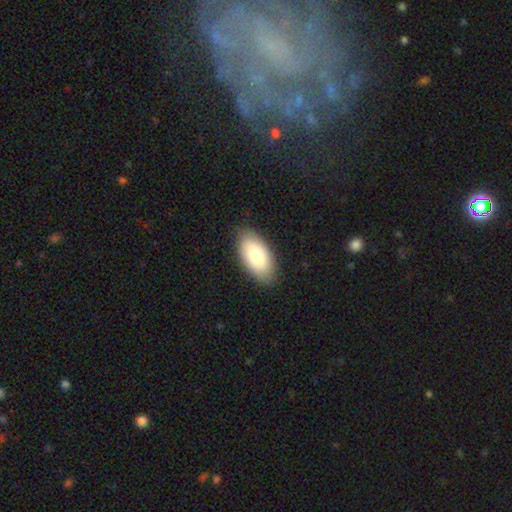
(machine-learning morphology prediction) A smooth galaxy with no disk features (80%) that is in between round and cigar-shaped (95%). Merging: none (86%).